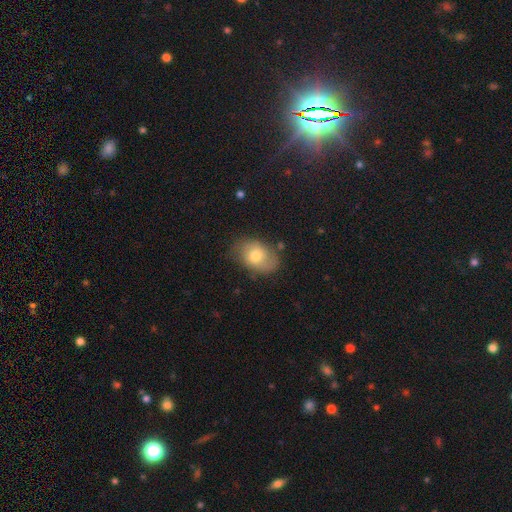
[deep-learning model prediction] This is likely a smooth galaxy (64%). How rounded: clearly in between (80%). Merging: likely none (70%).